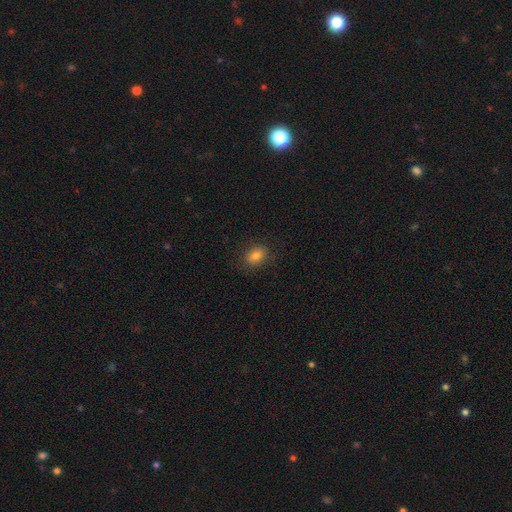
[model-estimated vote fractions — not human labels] Smooth or featured?
  - smooth: 82% *
  - star or artifact: 11%
  - featured or disk: 7%
How rounded?
  - in between: 60% *
  - round: 39%
  - cigar-shaped: 1%
Merging?
  - none: 84% *
  - minor disturbance: 12%
  - major disturbance: 3%
  - merger: 1%